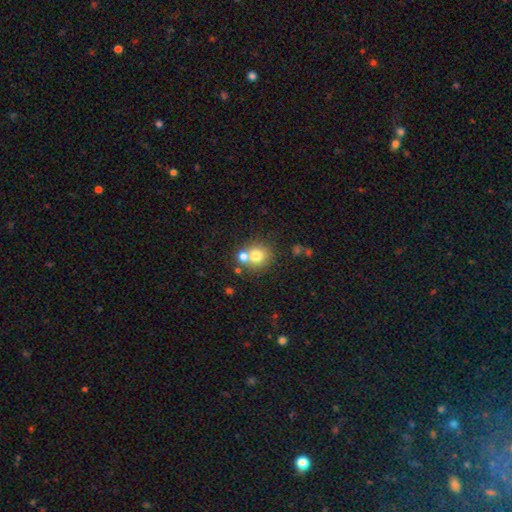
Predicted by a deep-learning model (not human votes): Q: Smooth or featured?
A: smooth (74%); runner-up: featured or disk (14%)
Q: How rounded?
A: round (85%); runner-up: in between (14%)
Q: Merging?
A: none (53%); runner-up: merger (36%)